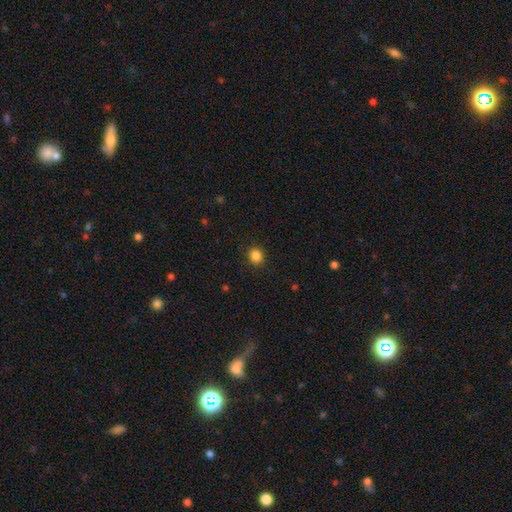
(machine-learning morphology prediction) smooth-or-featured: smooth: 85% | star or artifact: 11% | featured or disk: 3%
  how-rounded: round: 85% | in between: 14% | cigar-shaped: 1%
  merging: none: 91% | minor disturbance: 6% | major disturbance: 2% | merger: 1%